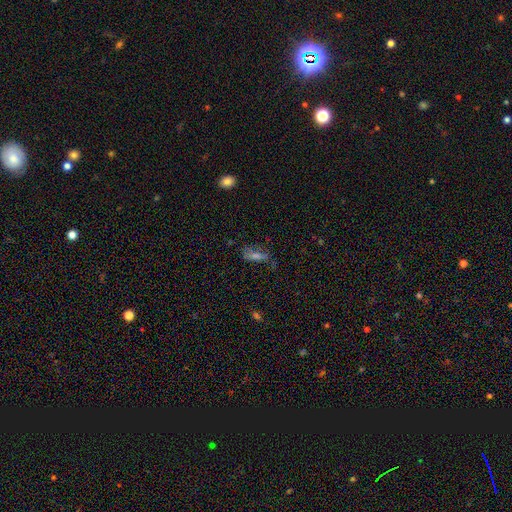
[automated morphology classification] Overall: smooth (48%; featured or disk 32%). Merging: none (61%; minor disturbance 23%).